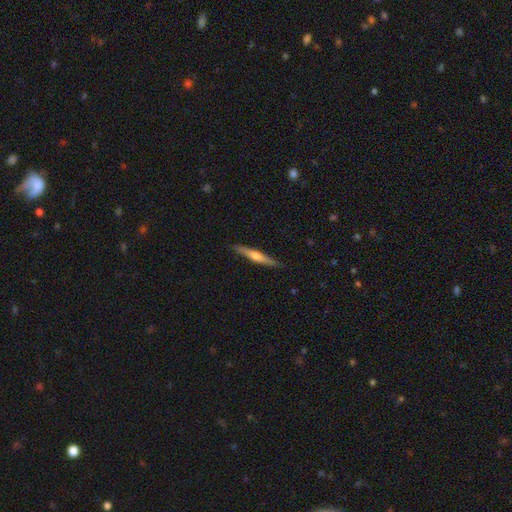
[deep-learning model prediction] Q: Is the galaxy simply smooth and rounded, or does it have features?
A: featured or disk — 57%.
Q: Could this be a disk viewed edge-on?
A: yes — 97%.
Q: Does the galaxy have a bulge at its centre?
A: rounded — 81%.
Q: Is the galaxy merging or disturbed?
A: none — 89%.